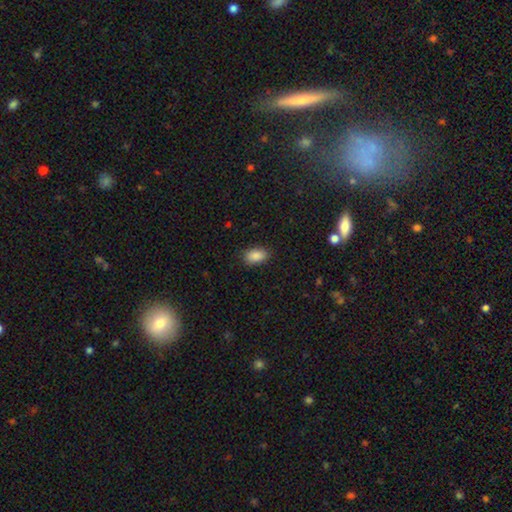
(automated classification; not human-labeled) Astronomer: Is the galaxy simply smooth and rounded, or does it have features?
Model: smooth — 89%.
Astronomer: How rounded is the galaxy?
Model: in between — 92%.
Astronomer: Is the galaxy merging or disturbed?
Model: none — 87%.